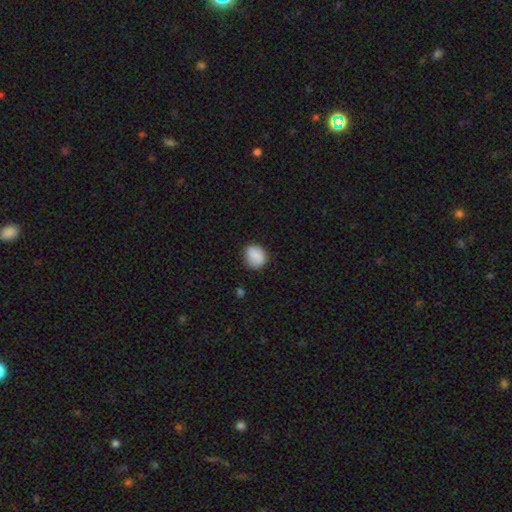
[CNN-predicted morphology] smooth 84%, featured or disk 8%, star or artifact 8%. Down the decision tree: how rounded — round (71%); merging — none (80%).